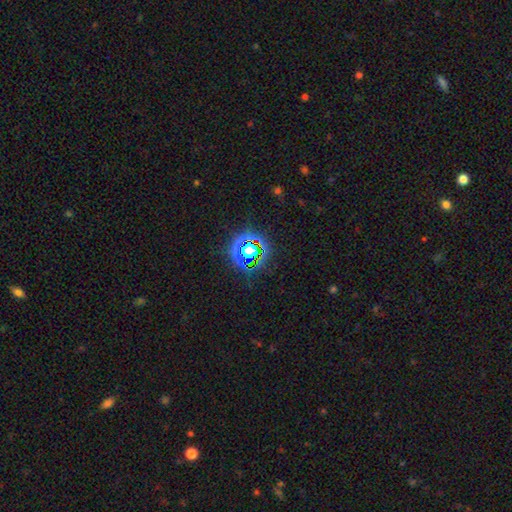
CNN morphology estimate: This appears to be a star or artifact, not a galaxy (78%).